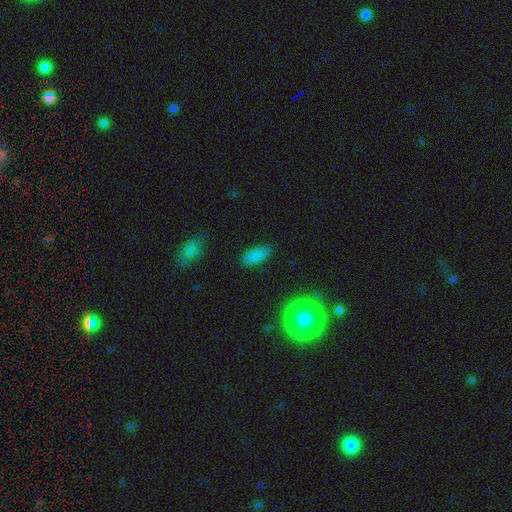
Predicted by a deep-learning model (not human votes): Smooth or featured: smooth — 82% (star or artifact — 13%)
How rounded: in between — 87% (cigar-shaped — 10%)
Merging: none — 85% (minor disturbance — 11%)